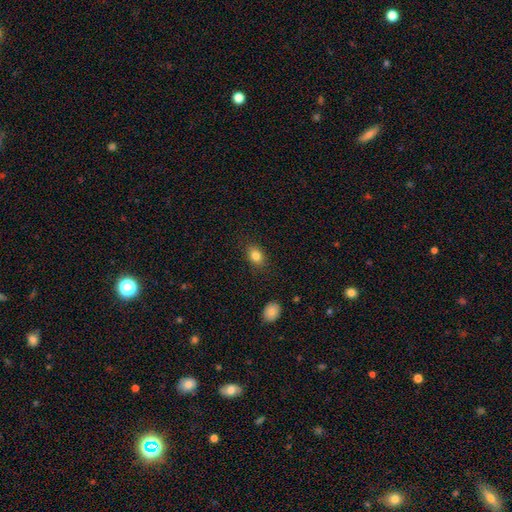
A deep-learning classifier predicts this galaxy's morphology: smooth 83%, star or artifact 10%, featured or disk 8%. Down the decision tree: how rounded — in between (72%); merging — none (85%).